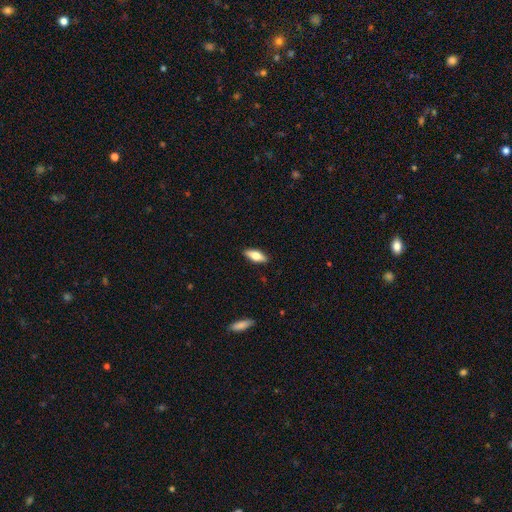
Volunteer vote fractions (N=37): Smooth or featured?
  - smooth: 54% *
  - featured or disk: 41%
  - star or artifact: 5%
How rounded?
  - in between: 55% *
  - cigar-shaped: 40%
  - round: 5%
Merging?
  - none: 97% *
  - minor disturbance: 3%
  - major disturbance: 0%
  - merger: 0%